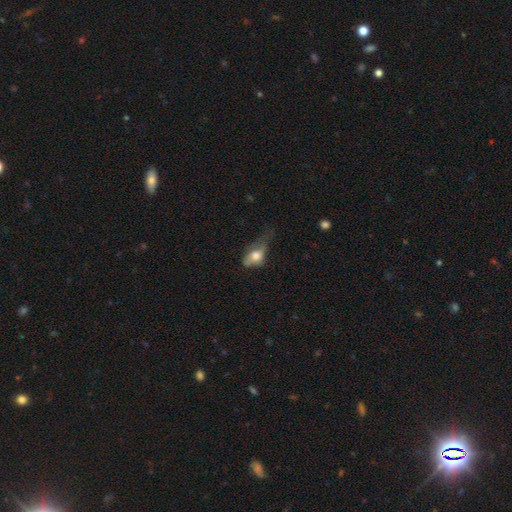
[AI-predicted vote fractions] A smooth galaxy with no disk features (69%) that is in between round and cigar-shaped (81%).

Vote fractions:
- Smooth or featured? smooth: 69% / featured or disk: 23% / star or artifact: 8%
- How rounded? in between: 81% / round: 14% / cigar-shaped: 5%
- Merging? major disturbance: 43% / minor disturbance: 33% / none: 20% / merger: 4%